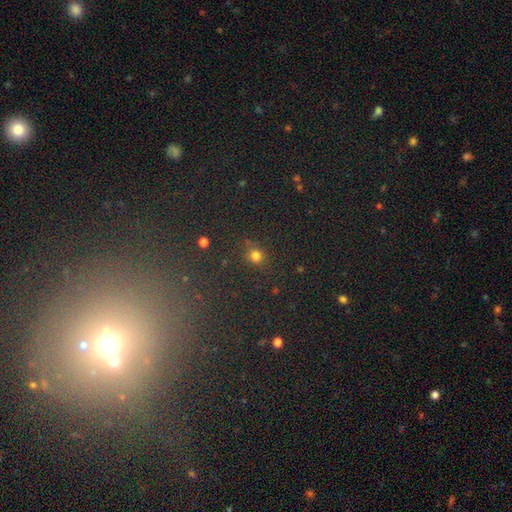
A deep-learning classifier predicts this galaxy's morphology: Smooth or featured? Predicted: smooth (p=0.72). How rounded? Predicted: round (p=0.83). Merging? Predicted: none (p=0.79).